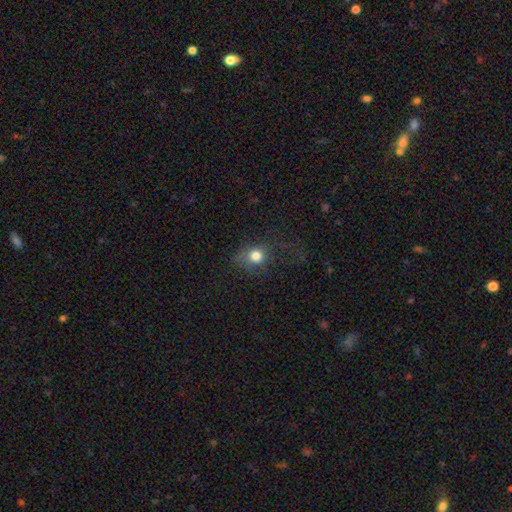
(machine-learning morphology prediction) smooth-or-featured: smooth: 75% | star or artifact: 14% | featured or disk: 11%
  how-rounded: round: 71% | in between: 28% | cigar-shaped: 2%
  merging: none: 52% | major disturbance: 25% | minor disturbance: 21% | merger: 2%